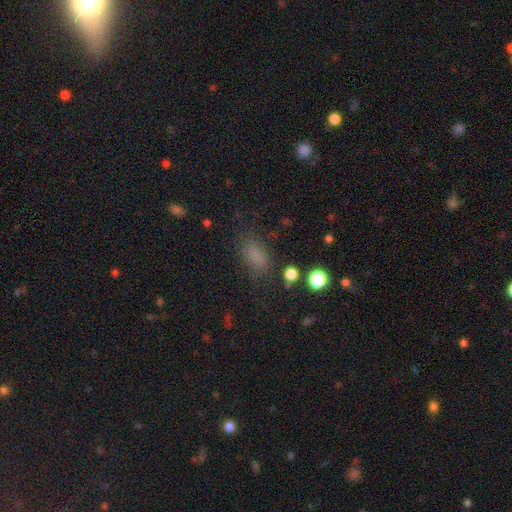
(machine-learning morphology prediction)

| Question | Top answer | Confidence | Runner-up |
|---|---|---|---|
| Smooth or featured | smooth | 76% | star or artifact (17%) |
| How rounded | in between | 84% | round (12%) |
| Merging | none | 74% | minor disturbance (16%) |